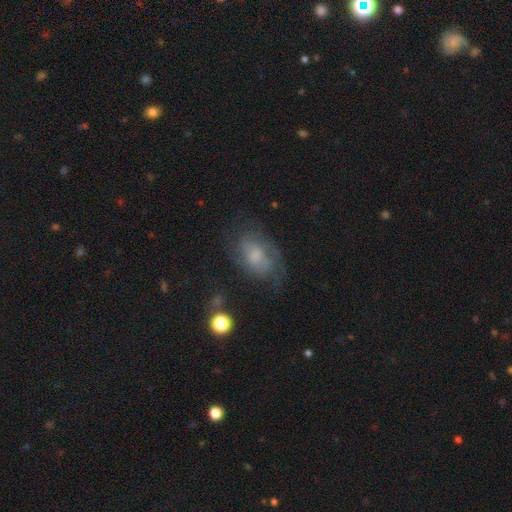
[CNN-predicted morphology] A featured or disk galaxy (53%) with no bar (67%), spiral arms (70%) and a moderate central bulge (35%). Merging: none (54%).